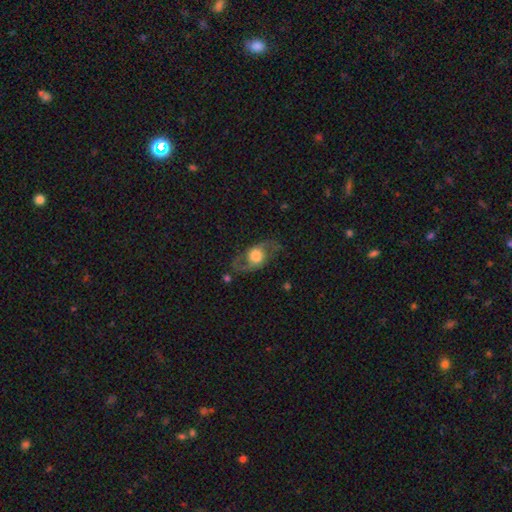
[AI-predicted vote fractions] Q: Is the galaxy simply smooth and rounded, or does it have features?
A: featured or disk — 64%.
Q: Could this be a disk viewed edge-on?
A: no — 86%.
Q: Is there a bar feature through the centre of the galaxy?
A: no — 74%.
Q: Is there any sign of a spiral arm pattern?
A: yes — 75%.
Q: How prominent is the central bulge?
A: large — 56%.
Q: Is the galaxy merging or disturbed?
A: none — 71%.